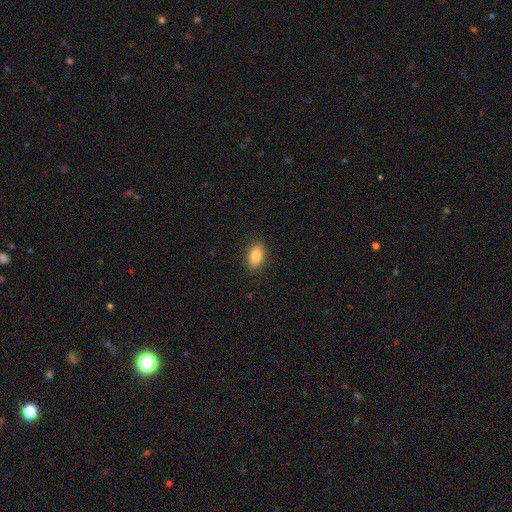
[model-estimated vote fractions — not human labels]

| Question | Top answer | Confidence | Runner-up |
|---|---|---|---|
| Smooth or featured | smooth | 86% | star or artifact (8%) |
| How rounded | in between | 90% | round (8%) |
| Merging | none | 87% | minor disturbance (9%) |